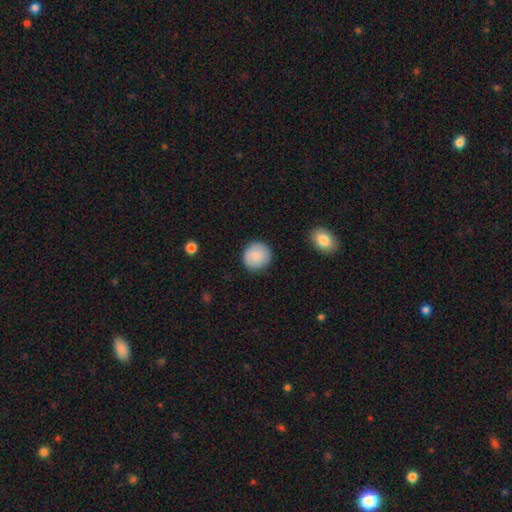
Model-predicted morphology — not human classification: Smooth or featured? smooth (87%)
How rounded? round (90%)
Merging? none (89%)